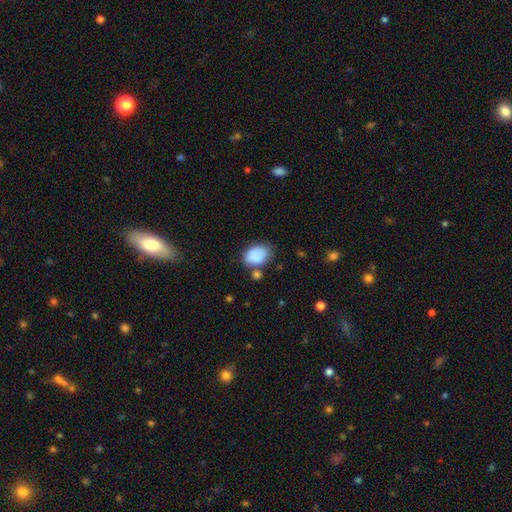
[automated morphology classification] Q: Smooth or featured?
A: smooth (86%); runner-up: star or artifact (8%)
Q: How rounded?
A: in between (78%); runner-up: round (21%)
Q: Merging?
A: none (57%); runner-up: minor disturbance (21%)